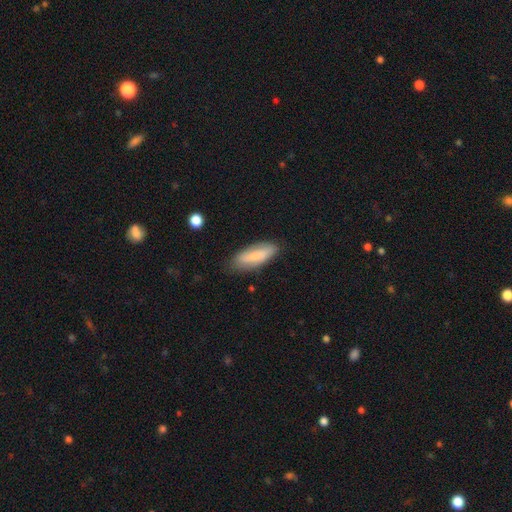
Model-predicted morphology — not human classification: A smooth galaxy with no disk features (74%) that is in between round and cigar-shaped (63%). Merging: none (80%).